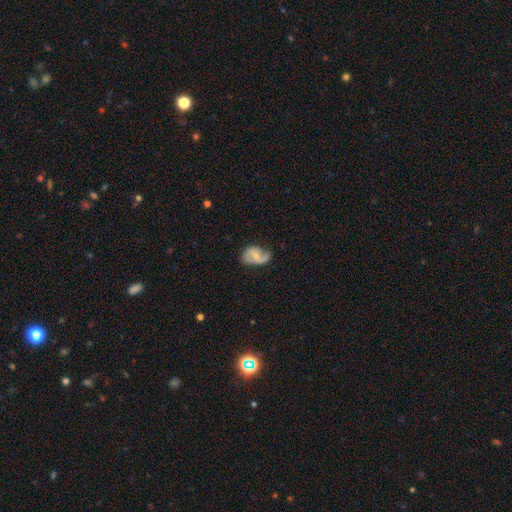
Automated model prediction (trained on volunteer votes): featured or disk 68%, smooth 26%, star or artifact 7%. Down the decision tree: edge-on disk — no (97%); bar — weak (47%); spiral arms — yes (87%); spiral arm count — 2 (80%); spiral winding — loose (49%); bulge size — small (53%); merging — none (55%).